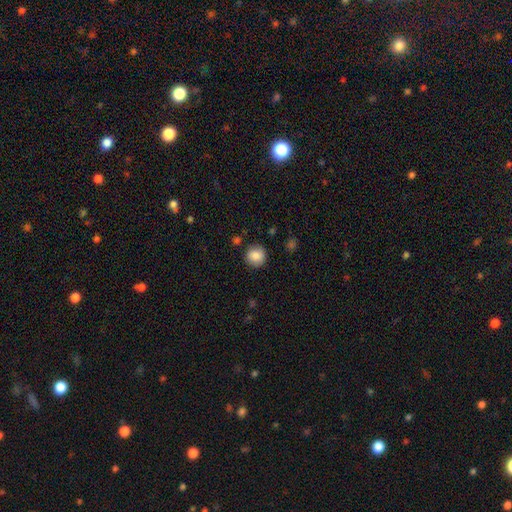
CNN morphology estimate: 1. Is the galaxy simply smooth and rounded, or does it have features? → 86% smooth, 9% star or artifact, 6% featured or disk.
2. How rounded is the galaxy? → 90% round, 9% in between, 1% cigar-shaped.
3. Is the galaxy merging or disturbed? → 87% none, 9% minor disturbance, 3% major disturbance, 2% merger.